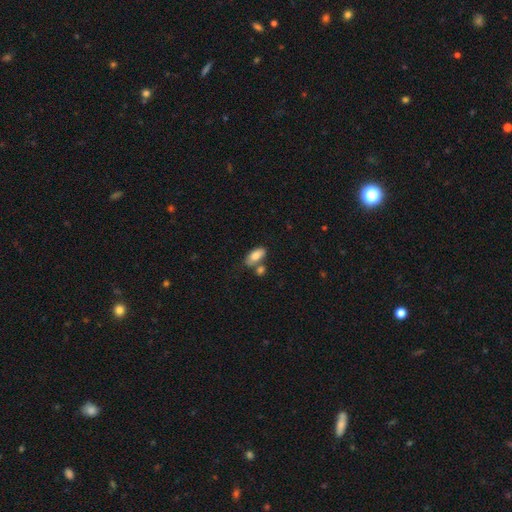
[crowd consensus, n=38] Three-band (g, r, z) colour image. It shows a smooth galaxy with no disk features (82%) that is in between round and cigar-shaped (90%). Merging: none (49%).